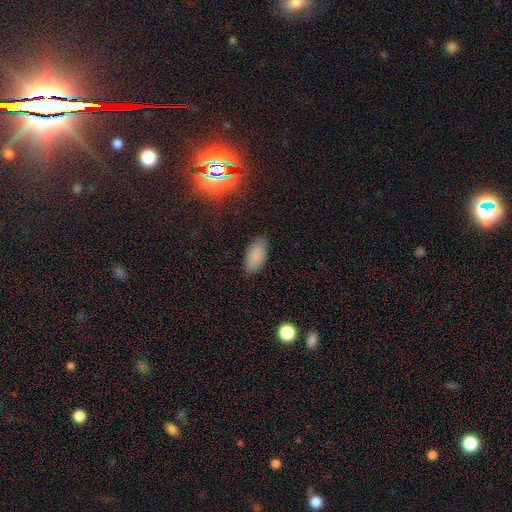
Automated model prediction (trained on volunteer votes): Smooth or featured? smooth (86%)
How rounded? in between (93%)
Merging? none (85%)